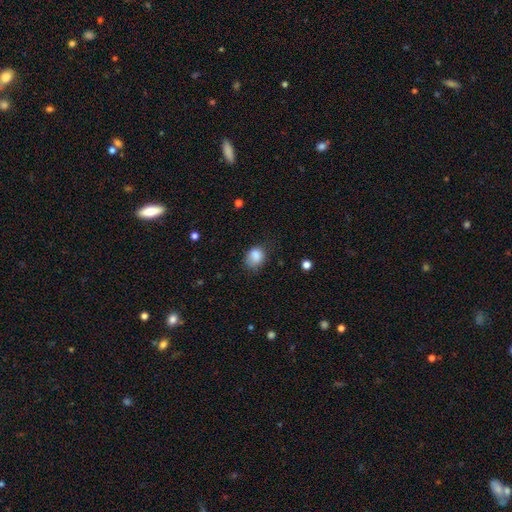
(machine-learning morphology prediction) type=smooth (84%); roundness=in between (51%); merging=none (58%).